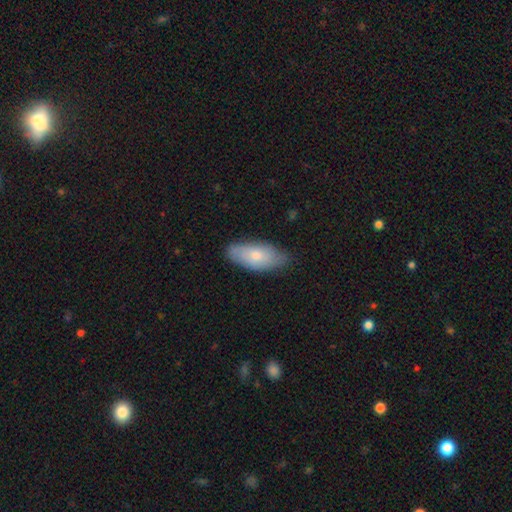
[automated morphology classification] smooth_or_featured: smooth (p=0.66) [alt: featured or disk p=0.28]
how_rounded: in between (p=0.86) [alt: cigar-shaped p=0.11]
merging: none (p=0.77) [alt: minor disturbance p=0.19]